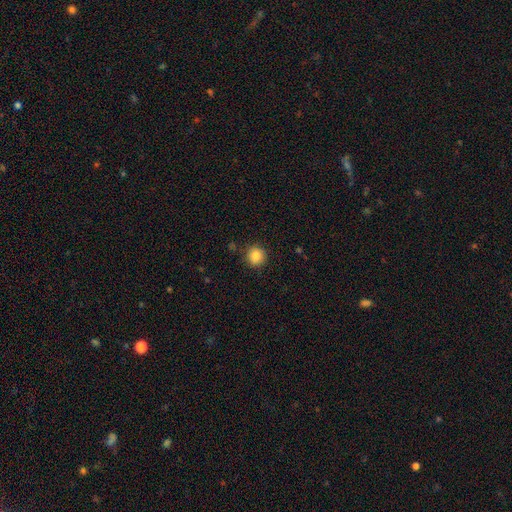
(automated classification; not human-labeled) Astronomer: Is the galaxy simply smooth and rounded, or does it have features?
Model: smooth — 85%.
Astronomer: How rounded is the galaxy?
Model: round — 93%.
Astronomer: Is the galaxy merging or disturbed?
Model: none — 88%.